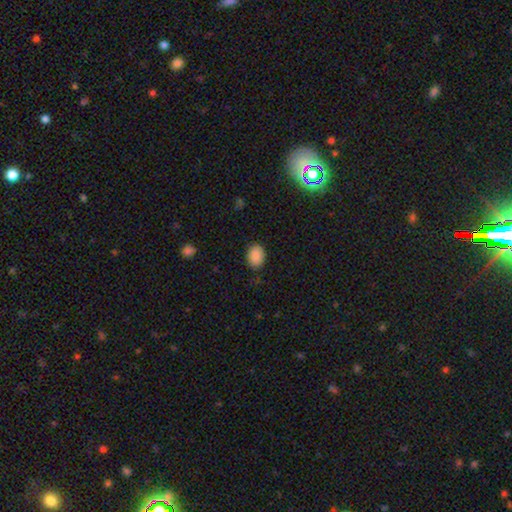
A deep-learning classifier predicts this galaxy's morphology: smooth 88%, star or artifact 8%, featured or disk 3%. Down the decision tree: how rounded — in between (72%); merging — none (85%).